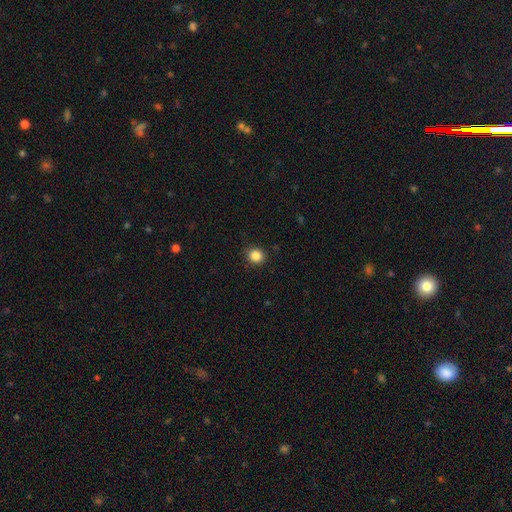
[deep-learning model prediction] The model was most divided on "how rounded": round: 82%, in between: 17%, cigar-shaped: 1%. More confident: merging — none (90%); smooth or featured — smooth (85%).